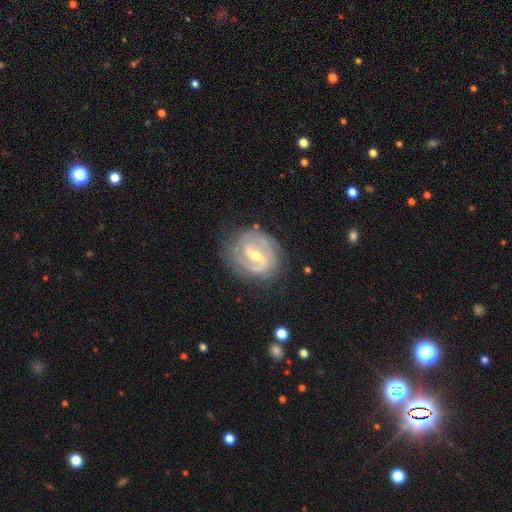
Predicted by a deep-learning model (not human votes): This appears to be a featured or disk galaxy (88%) with a strong bar (51%), 2 (73%) tight (60%) spiral arms (95%) and a small central bulge (51%). Merging: none (78%).